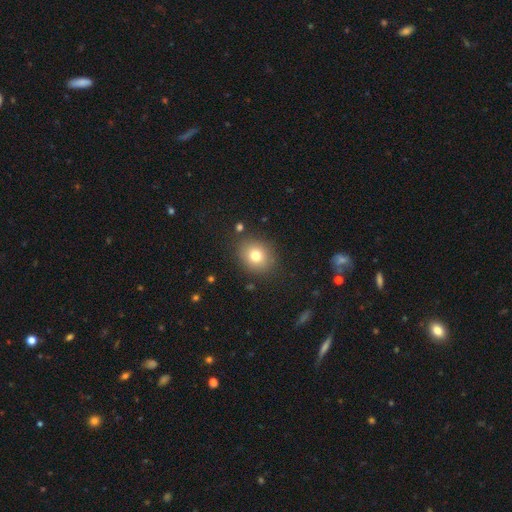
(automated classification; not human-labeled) This appears to be a smooth galaxy with no disk features (77%) that is round (67%). Merging: none (85%).